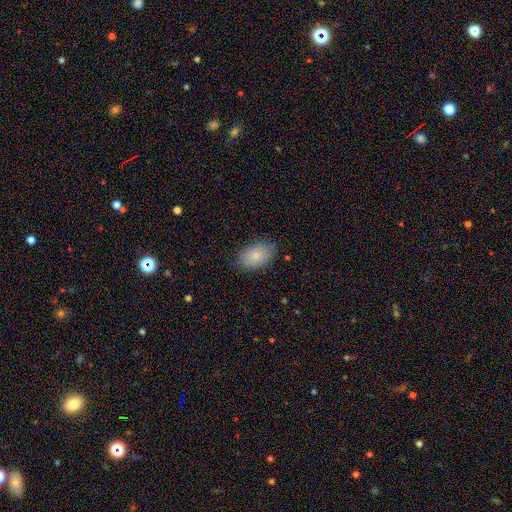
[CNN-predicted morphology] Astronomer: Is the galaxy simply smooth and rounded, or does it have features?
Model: smooth — 83%.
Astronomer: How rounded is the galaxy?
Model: in between — 89%.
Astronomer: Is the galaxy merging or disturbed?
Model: none — 83%.